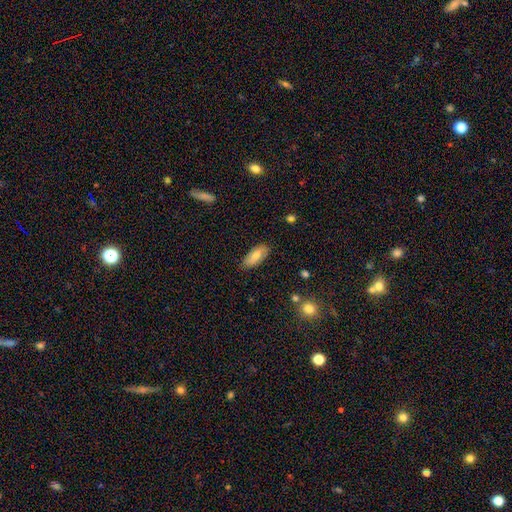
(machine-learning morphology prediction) Smooth or featured? smooth (72%)
How rounded? in between (86%)
Merging? none (82%)